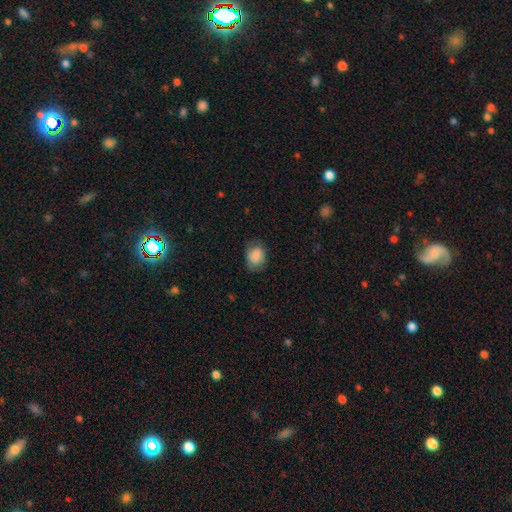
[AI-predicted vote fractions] A smooth galaxy with no disk features (82%) that is in between round and cigar-shaped (57%). Merging: none (71%).